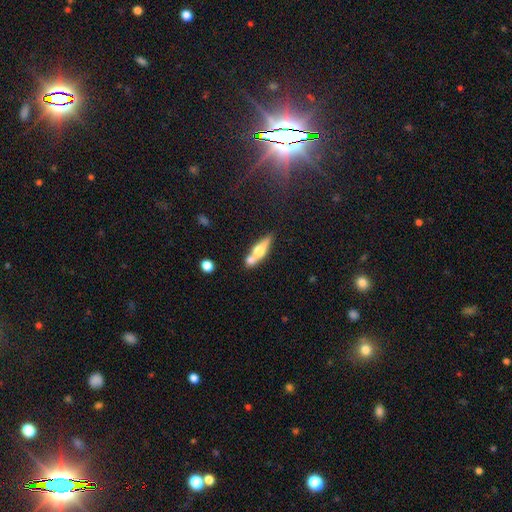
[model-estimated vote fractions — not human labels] Q: Smooth or featured?
A: featured or disk (47%); runner-up: smooth (46%)
Q: Merging?
A: none (47%); runner-up: merger (36%)